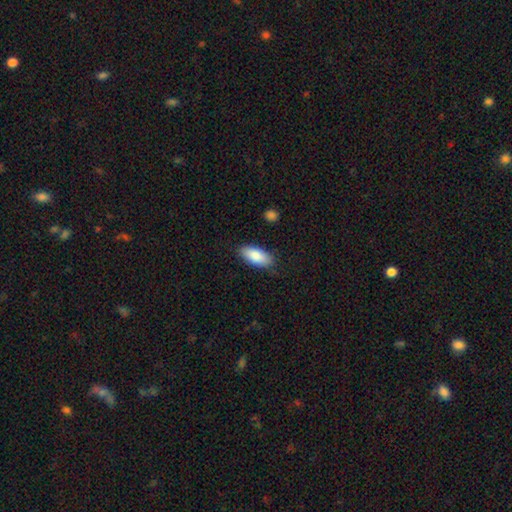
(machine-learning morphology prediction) smooth-or-featured: smooth: 87% | featured or disk: 7% | star or artifact: 6%
  how-rounded: in between: 86% | cigar-shaped: 12% | round: 2%
  merging: none: 84% | minor disturbance: 12% | major disturbance: 3% | merger: 1%